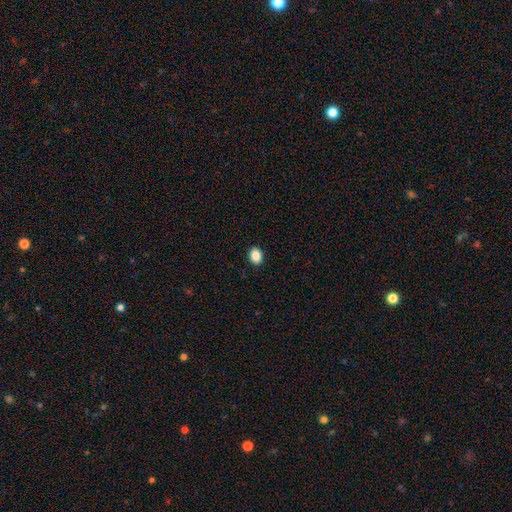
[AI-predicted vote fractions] Overall: smooth (88%). How rounded: in between (57%; round 42%). Merging: none (91%).